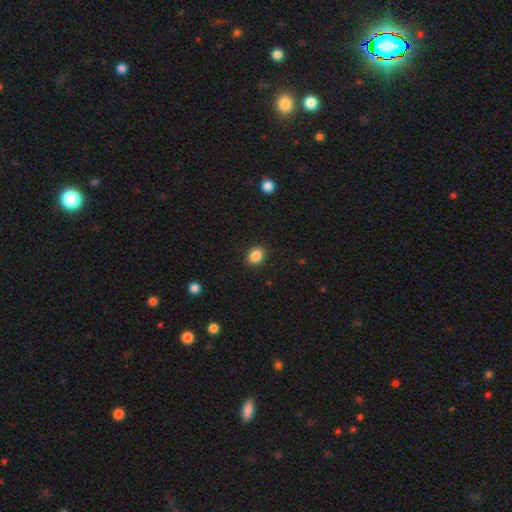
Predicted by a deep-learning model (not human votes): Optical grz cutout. It shows a smooth galaxy with no disk features (87%) that is in between round and cigar-shaped (54%). Merging: none (90%).